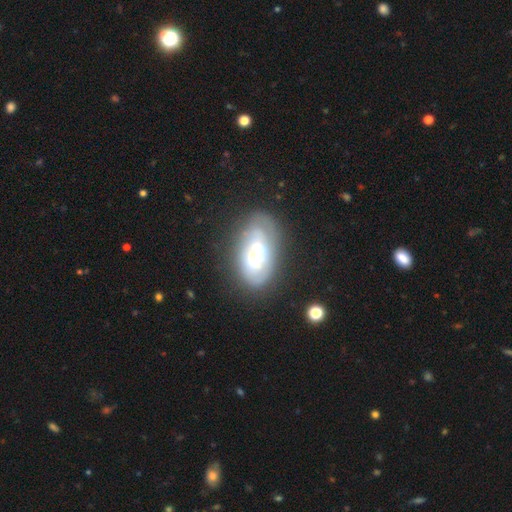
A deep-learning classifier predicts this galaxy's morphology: This appears to be a featured or disk galaxy (57%) with no bar (62%), no spiral arms (51%) and a moderate central bulge (43%). Merging: none (49%).